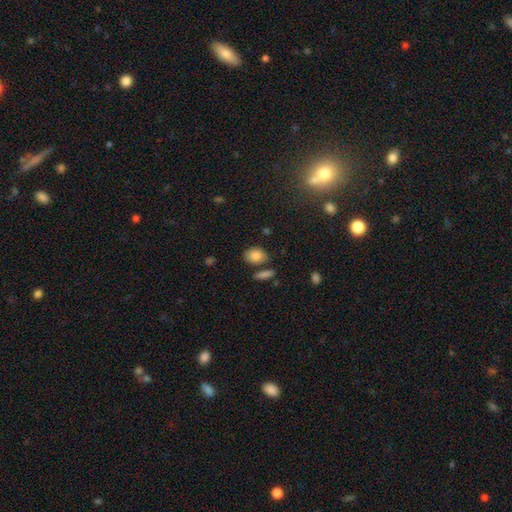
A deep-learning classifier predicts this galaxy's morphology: A smooth galaxy with no disk features (85%) that is in between round and cigar-shaped (72%). Merging: none (69%).